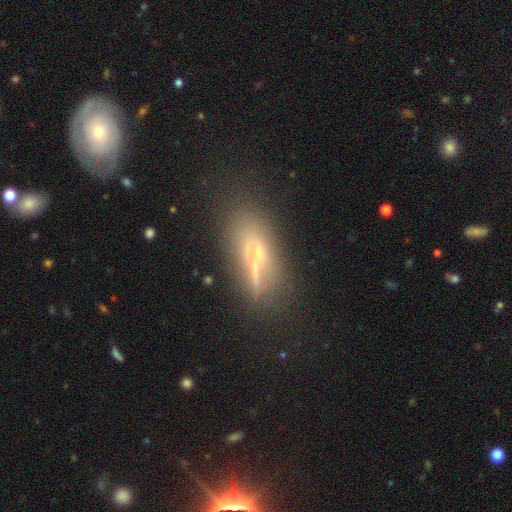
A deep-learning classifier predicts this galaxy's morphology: A featured or disk galaxy (47%). Merging: none (54%).